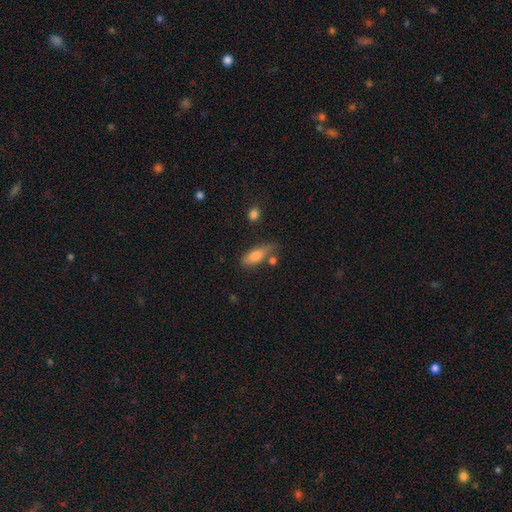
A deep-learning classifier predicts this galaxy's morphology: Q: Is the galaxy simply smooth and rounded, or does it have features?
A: smooth — 73%.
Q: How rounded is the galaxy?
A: in between — 62%.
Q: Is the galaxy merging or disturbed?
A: none — 62%.